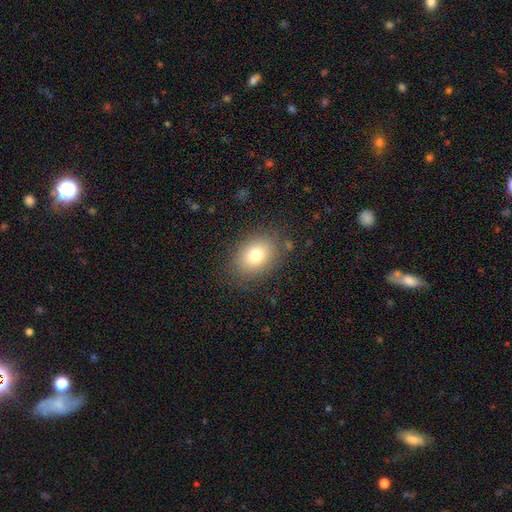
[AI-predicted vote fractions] Smooth or featured: smooth — 77% (featured or disk — 12%)
How rounded: in between — 65% (round — 34%)
Merging: none — 82% (minor disturbance — 12%)